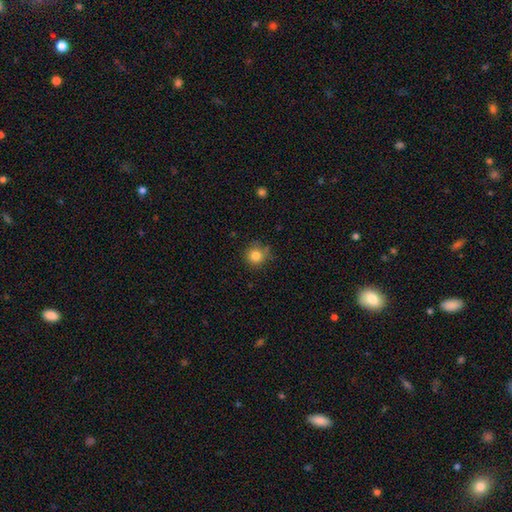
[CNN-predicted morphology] Smooth or featured?
  - smooth: 83% *
  - star or artifact: 11%
  - featured or disk: 6%
How rounded?
  - round: 93% *
  - in between: 6%
  - cigar-shaped: 1%
Merging?
  - none: 77% *
  - minor disturbance: 16%
  - major disturbance: 4%
  - merger: 3%